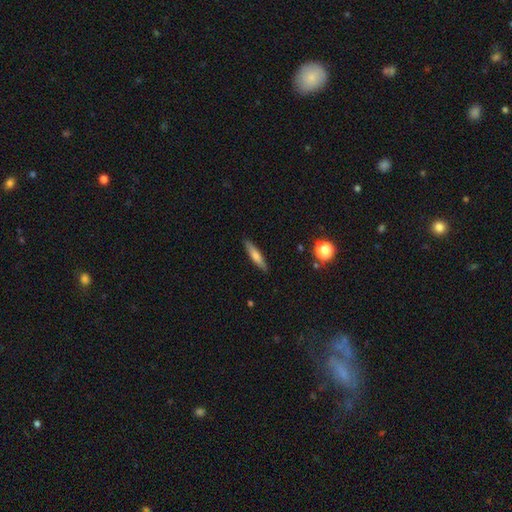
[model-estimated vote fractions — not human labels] Morphology: type=smooth (61%); roundness=cigar-shaped (84%); merging=none (89%).